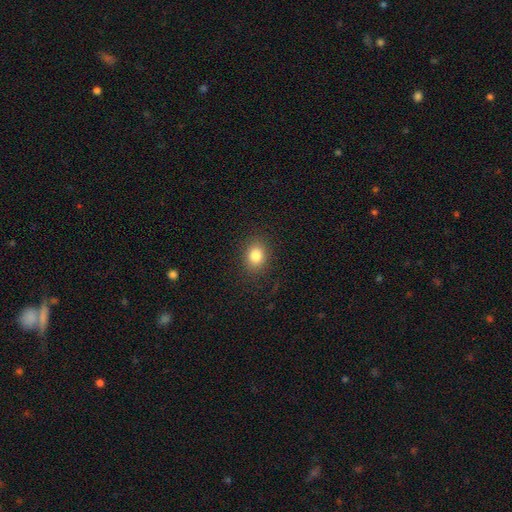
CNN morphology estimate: Q: Smooth or featured?
A: smooth (83%); runner-up: star or artifact (10%)
Q: How rounded?
A: in between (53%); runner-up: round (46%)
Q: Merging?
A: none (87%); runner-up: minor disturbance (9%)